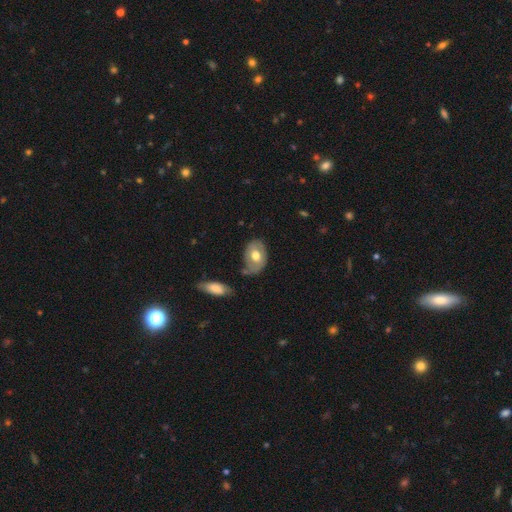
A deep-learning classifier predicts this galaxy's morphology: Smooth or featured? Predicted: smooth (p=0.56). How rounded? Predicted: in between (p=0.85). Merging? Predicted: none (p=0.60).